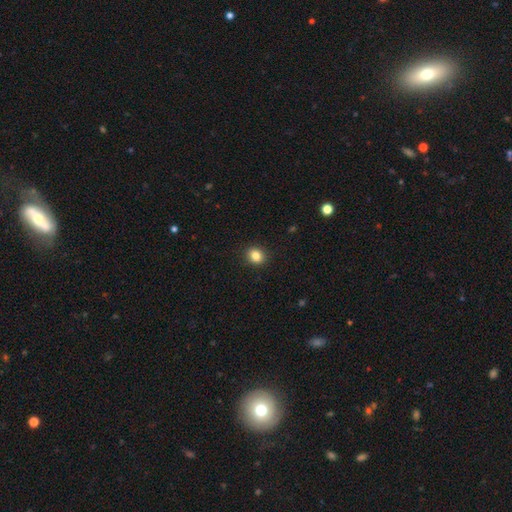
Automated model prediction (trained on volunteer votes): Smooth or featured? smooth (83%)
How rounded? round (64%)
Merging? none (91%)